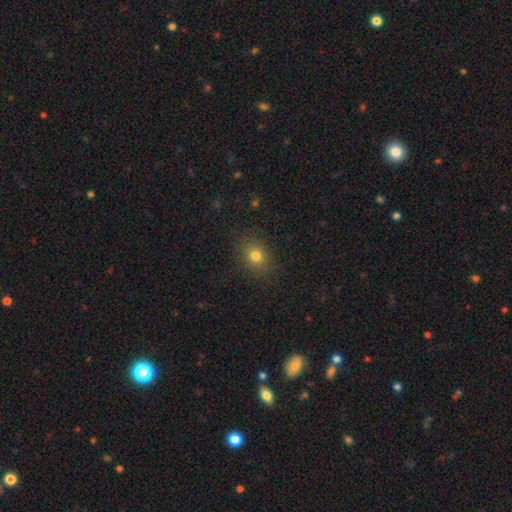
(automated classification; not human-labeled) smooth-or-featured: smooth: 77% | star or artifact: 15% | featured or disk: 8%
  how-rounded: round: 55% | in between: 44% | cigar-shaped: 1%
  merging: none: 86% | minor disturbance: 9% | major disturbance: 3% | merger: 1%